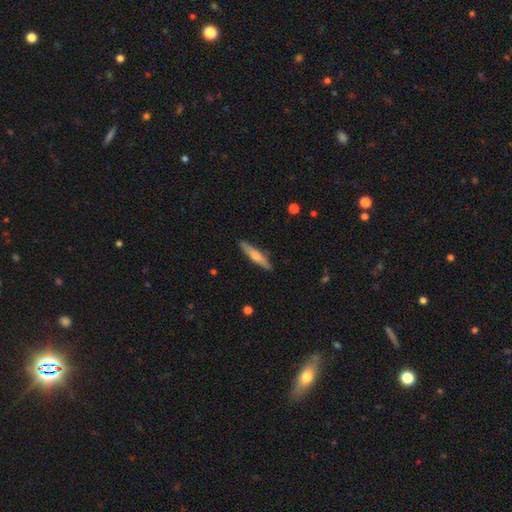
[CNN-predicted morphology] Q: Smooth or featured?
A: smooth (49%); runner-up: featured or disk (46%)
Q: Merging?
A: none (89%); runner-up: minor disturbance (8%)